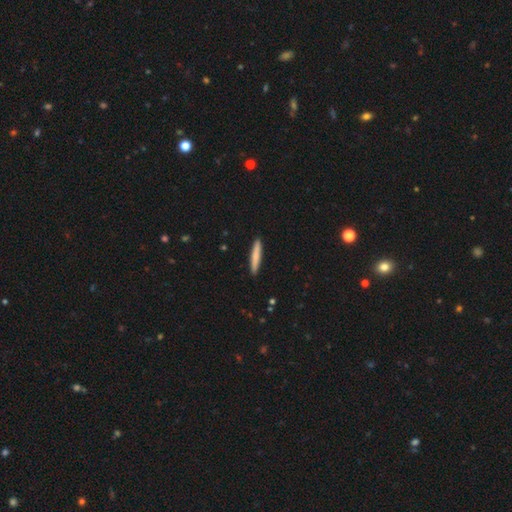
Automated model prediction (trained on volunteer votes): This appears to be a smooth galaxy with no disk features (77%) that is cigar-shaped (94%). Merging: none (91%).